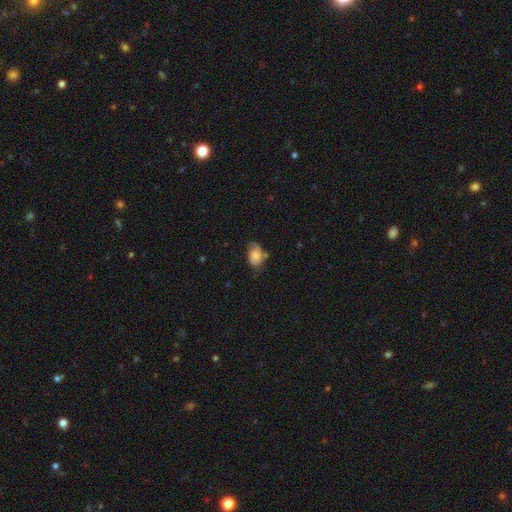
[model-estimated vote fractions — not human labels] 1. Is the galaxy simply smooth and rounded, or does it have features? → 67% smooth, 25% featured or disk, 9% star or artifact.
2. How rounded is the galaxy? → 85% in between, 13% round, 1% cigar-shaped.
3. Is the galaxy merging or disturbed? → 50% none, 34% minor disturbance, 12% major disturbance, 4% merger.